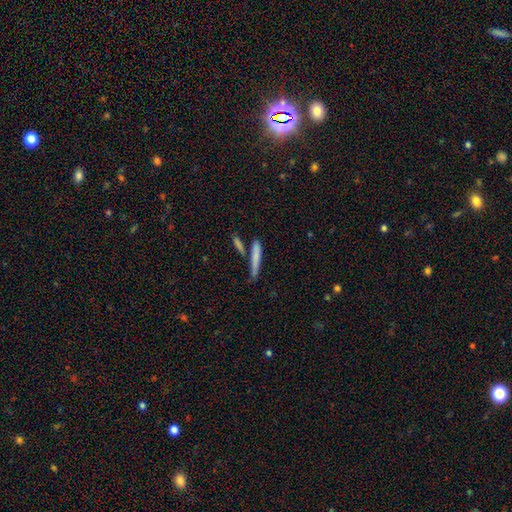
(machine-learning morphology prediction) smooth 73%, featured or disk 20%, star or artifact 7%. Down the decision tree: how rounded — cigar-shaped (92%); merging — none (69%).